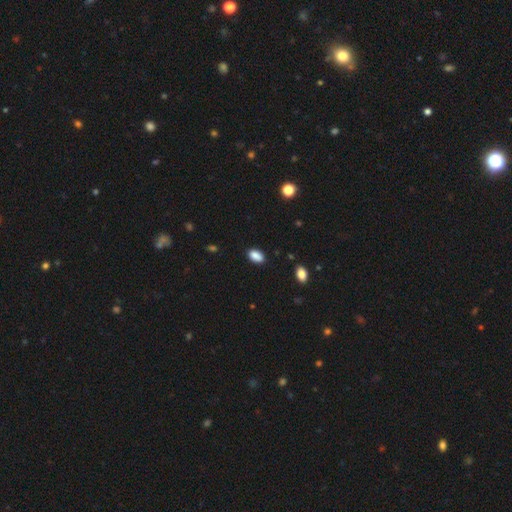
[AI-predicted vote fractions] Overall: smooth (87%). How rounded: in between (90%). Merging: none (85%).